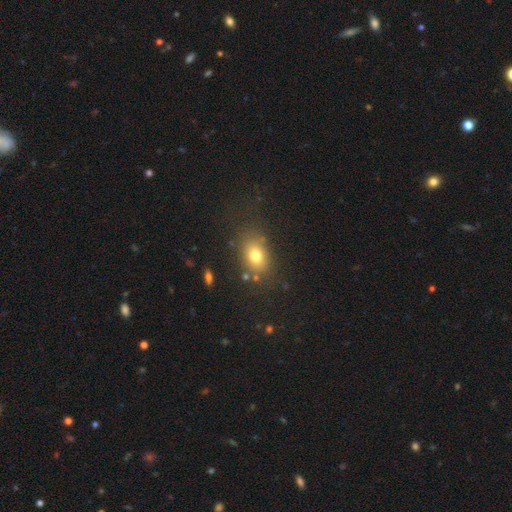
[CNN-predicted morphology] This is likely a smooth galaxy (76%). How rounded: likely in between (71%). Merging: likely none (75%).